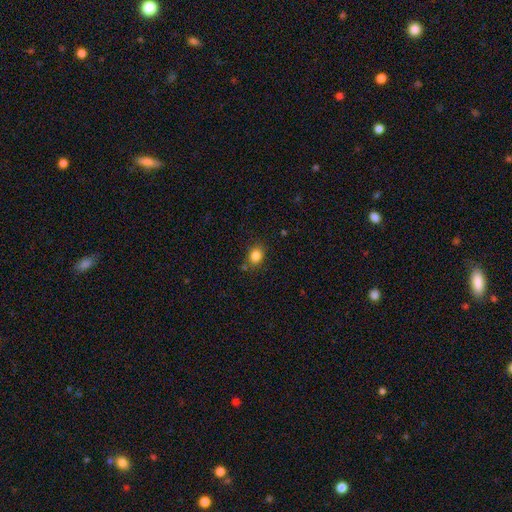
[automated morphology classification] Overall: smooth (84%). How rounded: round (54%; in between 45%). Merging: none (79%).